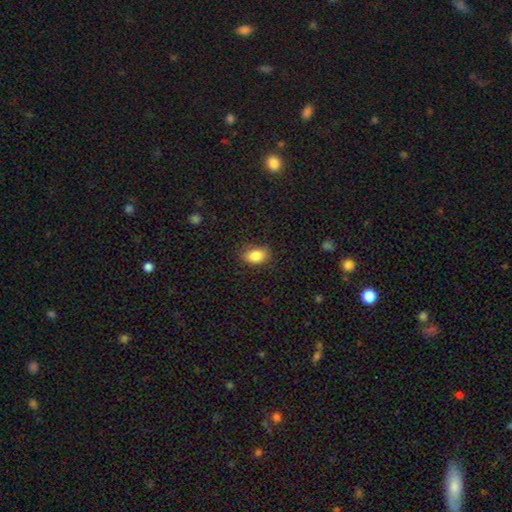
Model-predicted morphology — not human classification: The model was most divided on "merging": none: 82%, minor disturbance: 14%, major disturbance: 4%, merger: 1%. More confident: smooth or featured — smooth (86%); how rounded — in between (84%).